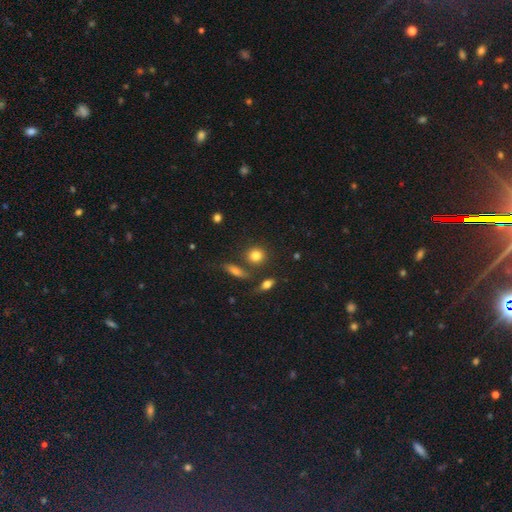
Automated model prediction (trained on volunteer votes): The model was most divided on "merging": none: 73%, merger: 12%, minor disturbance: 11%, major disturbance: 4%. More confident: how rounded — round (81%); smooth or featured — smooth (81%).